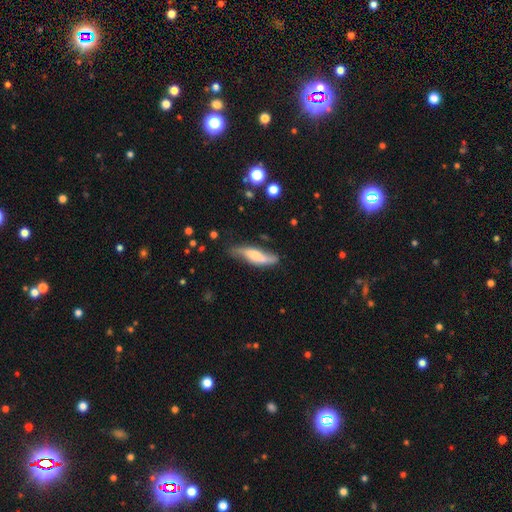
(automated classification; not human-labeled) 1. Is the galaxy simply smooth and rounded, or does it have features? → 48% featured or disk, 46% smooth, 6% star or artifact.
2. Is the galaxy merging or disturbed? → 65% none, 25% minor disturbance, 7% major disturbance, 3% merger.